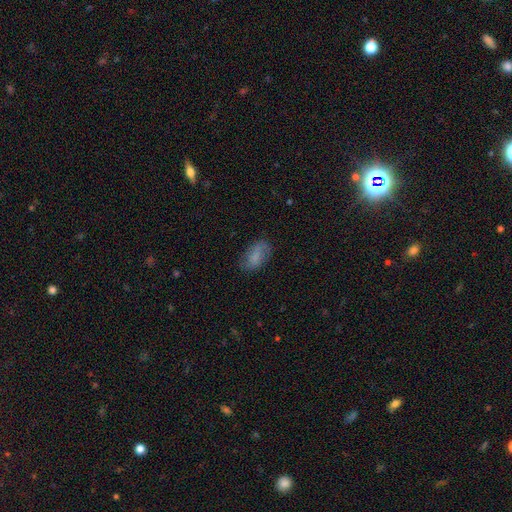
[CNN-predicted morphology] Smooth or featured? Predicted: smooth (p=0.69). How rounded? Predicted: in between (p=0.92). Merging? Predicted: none (p=0.68).